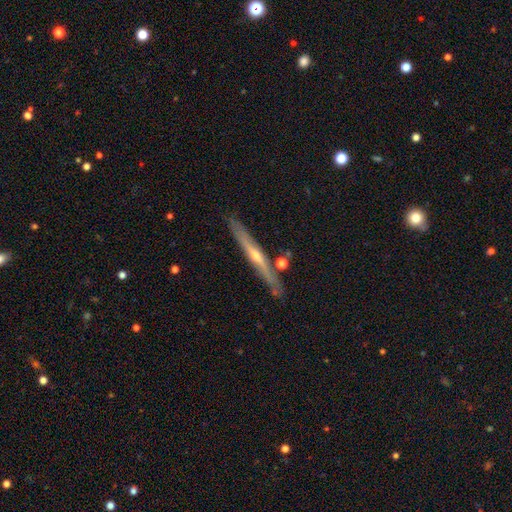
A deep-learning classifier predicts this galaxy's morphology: Smooth or featured? Predicted: featured or disk (p=0.71). Edge-on disk? Predicted: yes (p=0.95). Edge-on bulge? Predicted: rounded (p=0.74). Merging? Predicted: none (p=0.83).